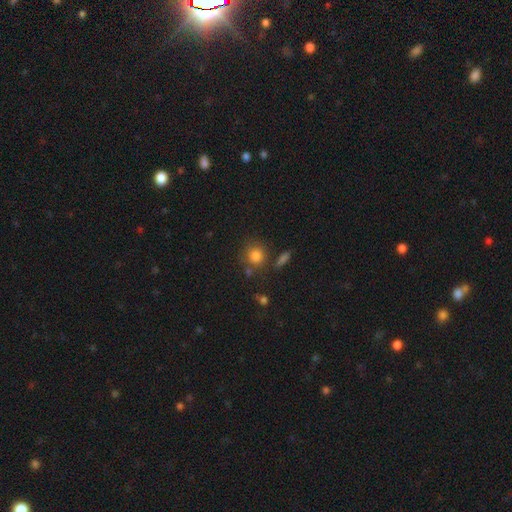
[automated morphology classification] A smooth galaxy with no disk features (83%) that is round (85%). Merging: none (71%).